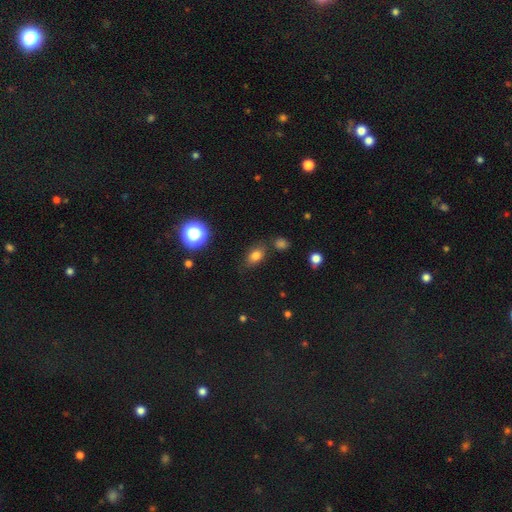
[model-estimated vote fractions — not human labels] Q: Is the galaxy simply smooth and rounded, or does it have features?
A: smooth — 77%.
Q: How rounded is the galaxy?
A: in between — 78%.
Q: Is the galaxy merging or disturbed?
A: none — 79%.